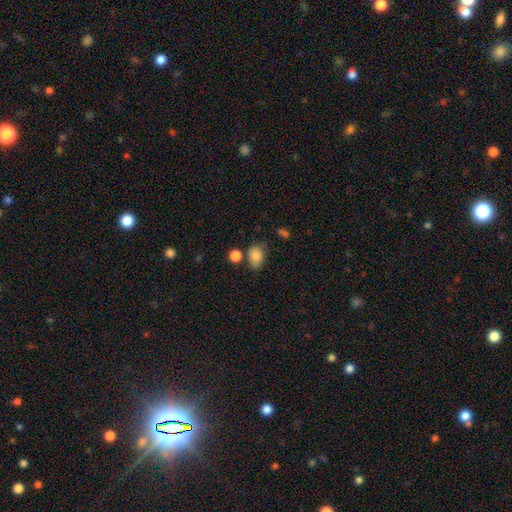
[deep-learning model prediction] This appears to be a smooth galaxy with no disk features (84%) that is in between round and cigar-shaped (71%). Merging: none (58%).